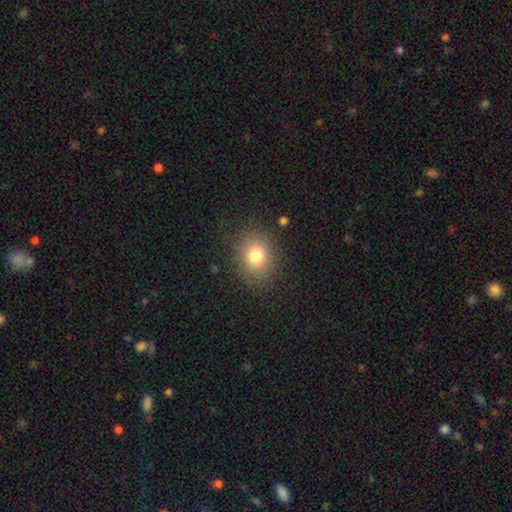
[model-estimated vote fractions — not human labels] Morphology: type=smooth (78%); roundness=round (55%); merging=none (84%).